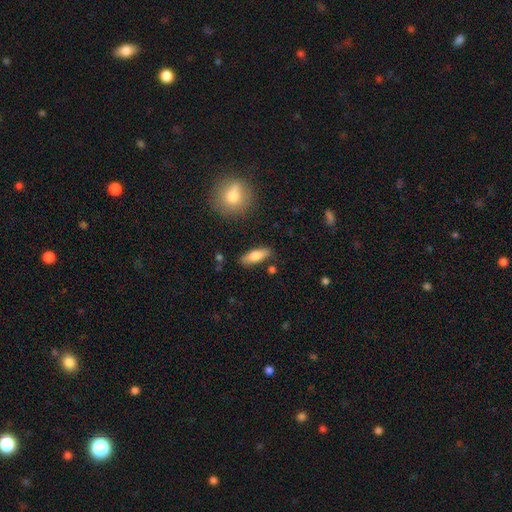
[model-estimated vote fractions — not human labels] A smooth galaxy with no disk features (75%) that is in between round and cigar-shaped (64%).

Vote fractions:
- Smooth or featured? smooth: 75% / featured or disk: 19% / star or artifact: 6%
- How rounded? in between: 64% / cigar-shaped: 33% / round: 3%
- Merging? none: 85% / minor disturbance: 10% / merger: 3% / major disturbance: 2%